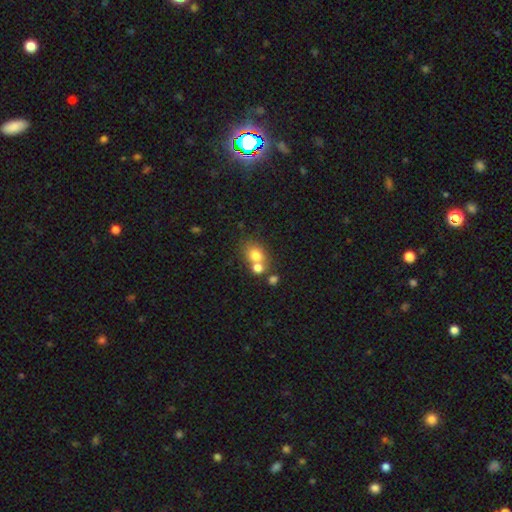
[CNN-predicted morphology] Smooth or featured?
  - smooth: 75% *
  - featured or disk: 13%
  - star or artifact: 12%
How rounded?
  - round: 55% *
  - in between: 44%
  - cigar-shaped: 1%
Merging?
  - none: 44% *
  - merger: 41%
  - minor disturbance: 10%
  - major disturbance: 5%